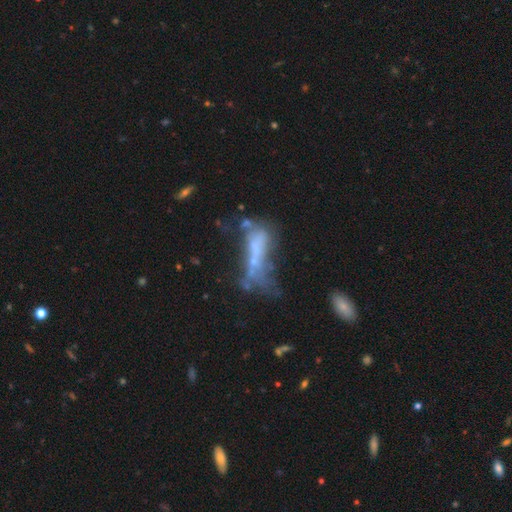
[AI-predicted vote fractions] A featured or disk galaxy (43%).

Vote fractions:
- Smooth or featured? featured or disk: 43% / smooth: 38% / star or artifact: 19%
- Merging? major disturbance: 37% / merger: 23% / none: 23% / minor disturbance: 17%